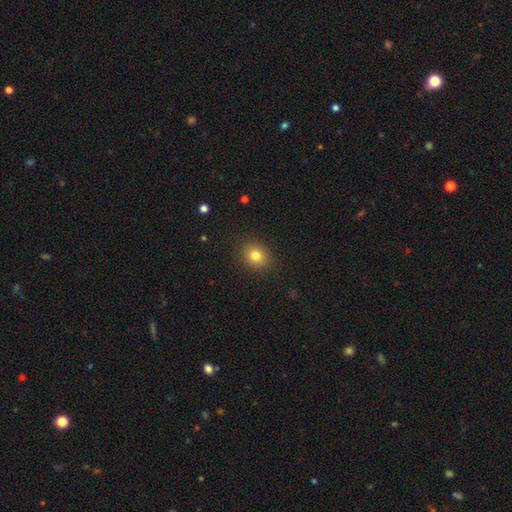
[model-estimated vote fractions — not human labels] smooth 80%, star or artifact 12%, featured or disk 8%. Down the decision tree: how rounded — round (65%); merging — none (89%).